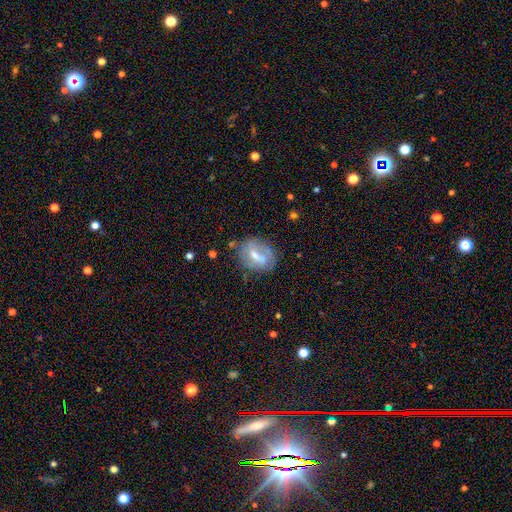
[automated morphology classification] Smooth or featured: featured or disk — 49% (smooth — 42%)
Merging: none — 57% (minor disturbance — 25%)